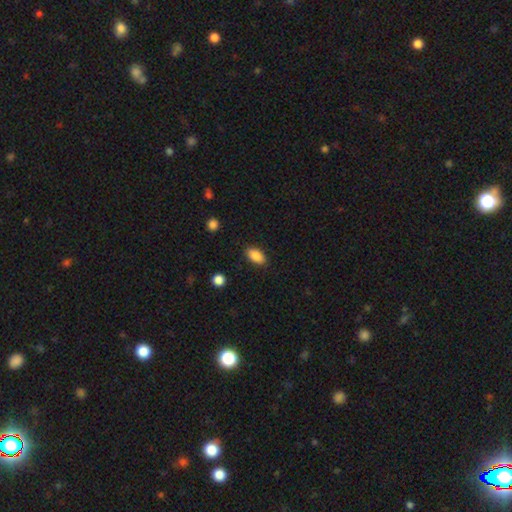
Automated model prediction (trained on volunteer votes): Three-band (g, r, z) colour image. It shows a smooth galaxy with no disk features (87%) that is in between round and cigar-shaped (92%). Merging: none (86%).